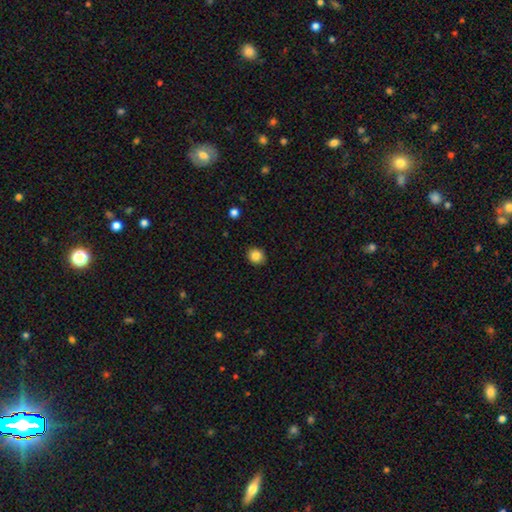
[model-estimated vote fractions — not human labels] Morphology: type=smooth (85%); roundness=round (76%); merging=none (90%).